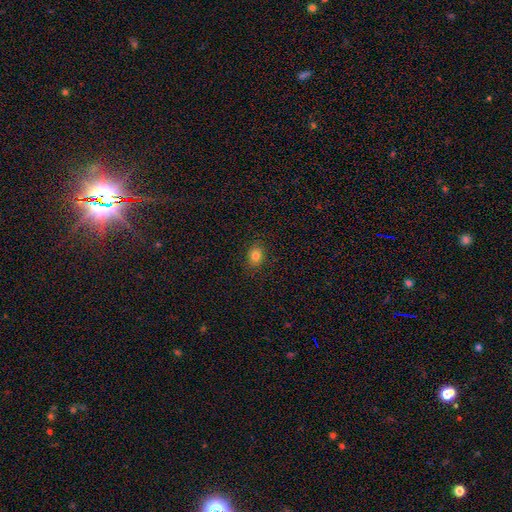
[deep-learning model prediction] Smooth or featured? Predicted: smooth (p=0.81). How rounded? Predicted: in between (p=0.50). Merging? Predicted: none (p=0.87).